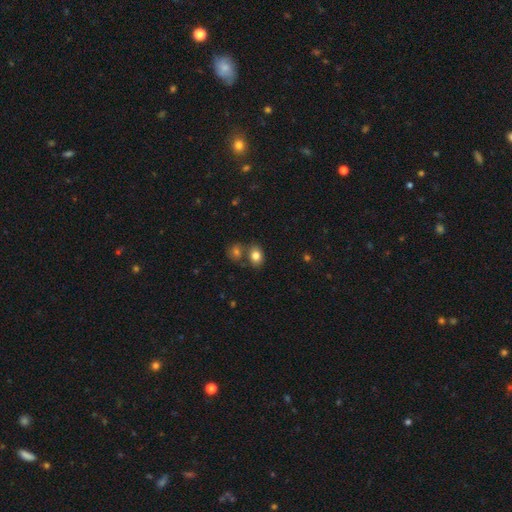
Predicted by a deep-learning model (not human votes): This appears to be a smooth galaxy with no disk features (81%) that is in between round and cigar-shaped (61%). Merging: none (57%).